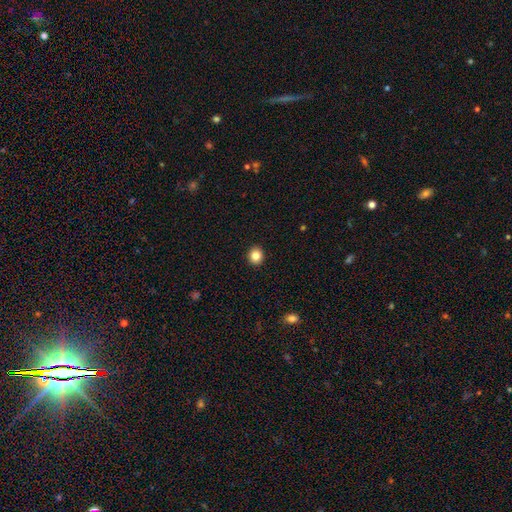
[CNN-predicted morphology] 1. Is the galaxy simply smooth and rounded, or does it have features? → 84% smooth, 11% star or artifact, 6% featured or disk.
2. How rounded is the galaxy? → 85% round, 14% in between, 1% cigar-shaped.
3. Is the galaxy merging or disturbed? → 93% none, 4% minor disturbance, 1% major disturbance, 1% merger.